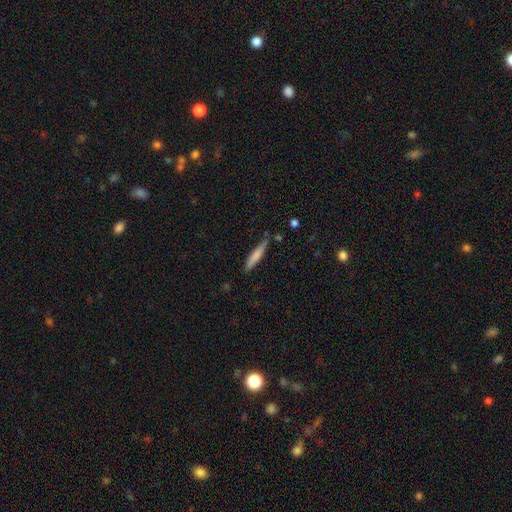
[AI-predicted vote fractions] smooth 69%, featured or disk 25%, star or artifact 6%. Down the decision tree: how rounded — cigar-shaped (91%); merging — none (79%).